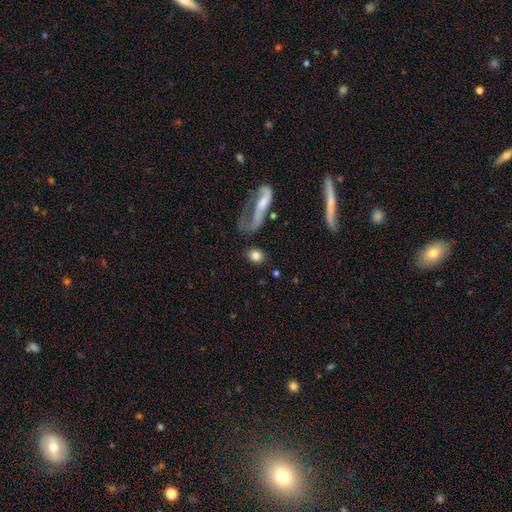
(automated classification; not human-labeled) Smooth or featured?
  - smooth: 80% *
  - featured or disk: 13%
  - star or artifact: 8%
How rounded?
  - round: 50% *
  - in between: 47%
  - cigar-shaped: 4%
Merging?
  - none: 74% *
  - minor disturbance: 10%
  - major disturbance: 9%
  - merger: 7%